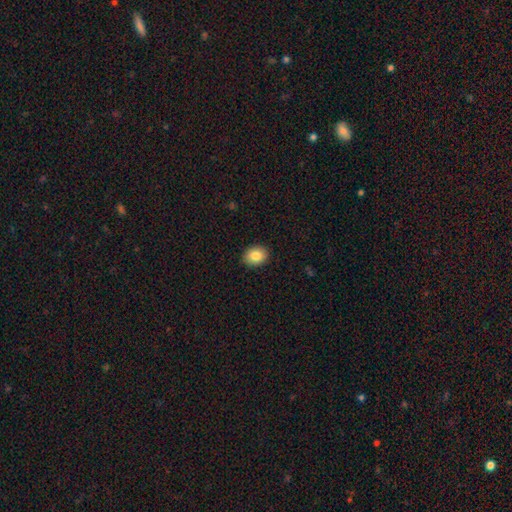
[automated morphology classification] This is clearly a smooth galaxy (85%). How rounded: possibly in between (56%). Merging: clearly none (91%).